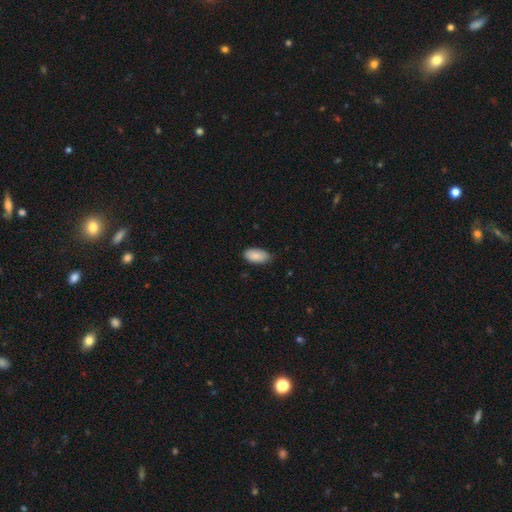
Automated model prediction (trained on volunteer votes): Q: Smooth or featured?
A: smooth (88%); runner-up: star or artifact (6%)
Q: How rounded?
A: in between (94%); runner-up: cigar-shaped (4%)
Q: Merging?
A: none (73%); runner-up: minor disturbance (23%)